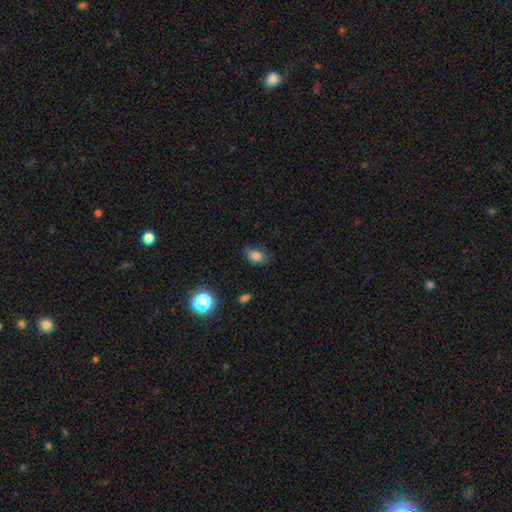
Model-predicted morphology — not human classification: A smooth galaxy with no disk features (77%) that is in between round and cigar-shaped (77%).

Vote fractions:
- Smooth or featured? smooth: 77% / star or artifact: 13% / featured or disk: 10%
- How rounded? in between: 77% / round: 21% / cigar-shaped: 2%
- Merging? none: 62% / minor disturbance: 27% / major disturbance: 9% / merger: 2%